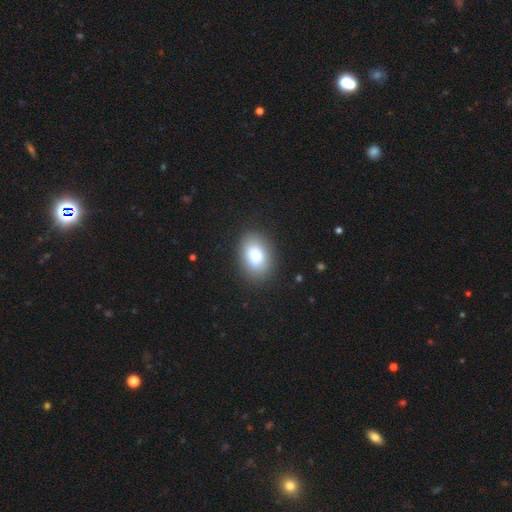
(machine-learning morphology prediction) This is likely a smooth galaxy (79%). How rounded: likely in between (78%). Merging: clearly none (87%).